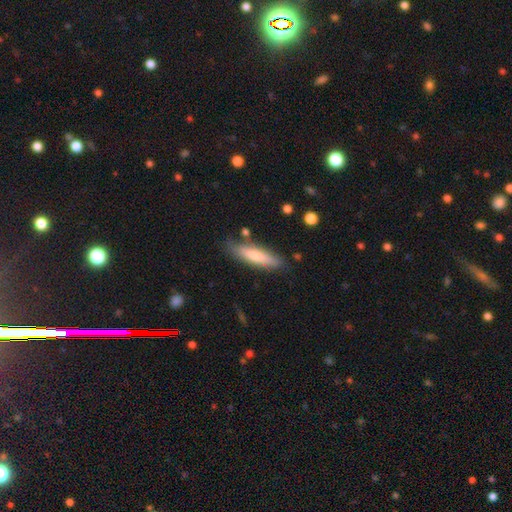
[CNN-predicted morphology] This appears to be a smooth galaxy with no disk features (72%) that is cigar-shaped (71%). Merging: none (78%).